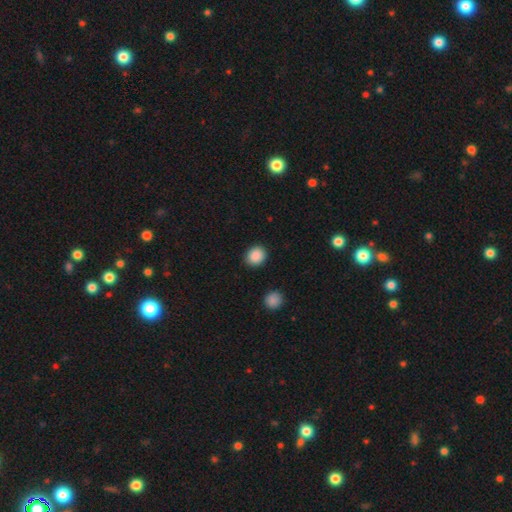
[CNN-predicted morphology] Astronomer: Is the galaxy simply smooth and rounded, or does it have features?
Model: smooth — 89%.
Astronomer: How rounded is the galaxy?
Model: round — 71%.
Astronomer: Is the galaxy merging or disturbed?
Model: none — 89%.